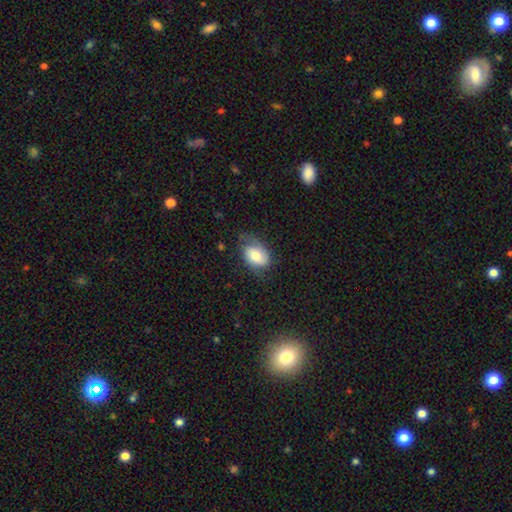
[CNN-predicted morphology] Overall: smooth (49%; featured or disk 43%). Merging: none (52%; minor disturbance 30%).